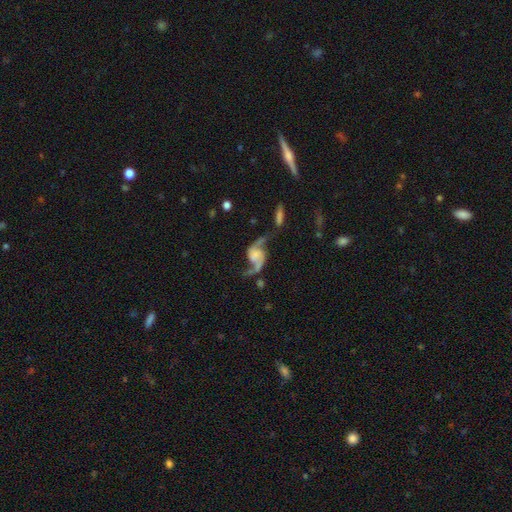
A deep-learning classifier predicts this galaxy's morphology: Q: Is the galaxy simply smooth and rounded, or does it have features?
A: featured or disk — 87%.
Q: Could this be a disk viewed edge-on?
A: no — 97%.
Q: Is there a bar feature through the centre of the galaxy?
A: no — 58%.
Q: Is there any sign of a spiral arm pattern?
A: yes — 95%.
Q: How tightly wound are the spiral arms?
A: loose — 81%.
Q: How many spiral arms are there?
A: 2 — 92%.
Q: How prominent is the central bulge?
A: none — 58%.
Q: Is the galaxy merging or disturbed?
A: none — 49%.